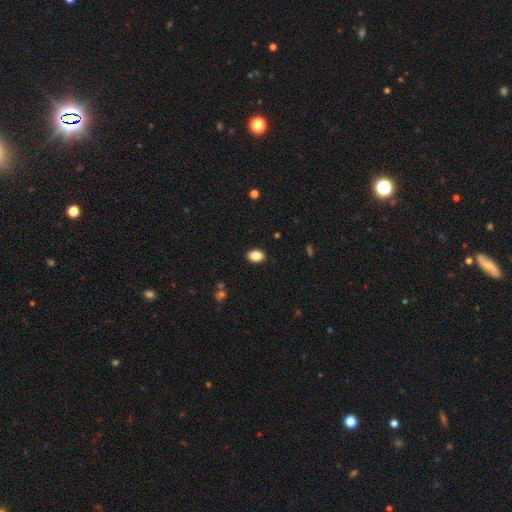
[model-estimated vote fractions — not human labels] smooth_or_featured: smooth (p=0.87) [alt: star or artifact p=0.08]
how_rounded: in between (p=0.84) [alt: round p=0.14]
merging: none (p=0.89) [alt: minor disturbance p=0.08]